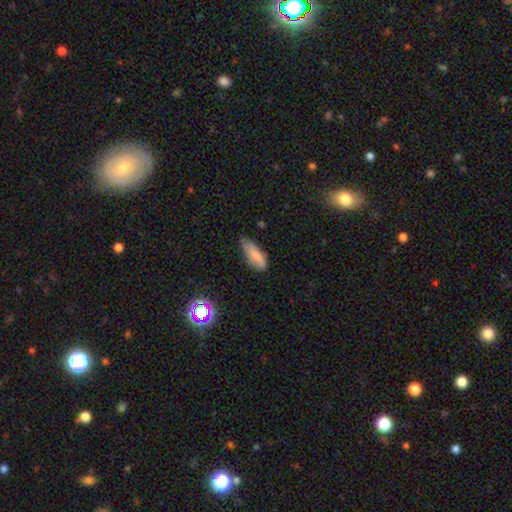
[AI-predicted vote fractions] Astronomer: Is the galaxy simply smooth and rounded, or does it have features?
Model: smooth — 77%.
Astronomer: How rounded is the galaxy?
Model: in between — 63%.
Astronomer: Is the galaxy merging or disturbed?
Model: none — 53% (runner-up: minor disturbance, 37%).